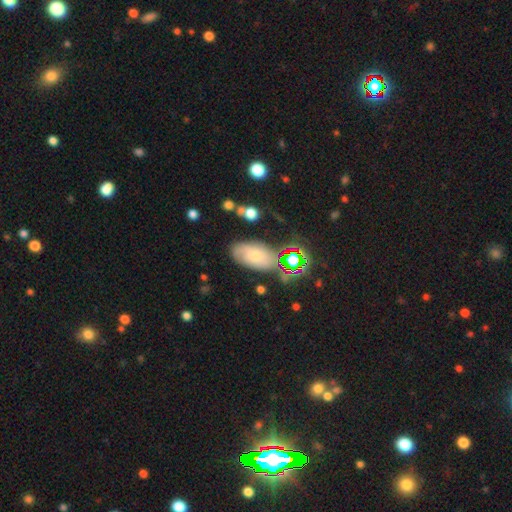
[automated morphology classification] Smooth or featured? smooth (50%)
How rounded? in between (90%)
Merging? none (66%)